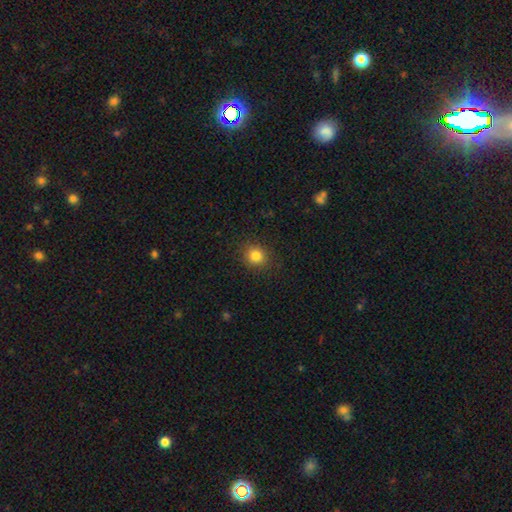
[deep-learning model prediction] smooth 83%, star or artifact 12%, featured or disk 5%. Down the decision tree: how rounded — round (85%); merging — none (89%).